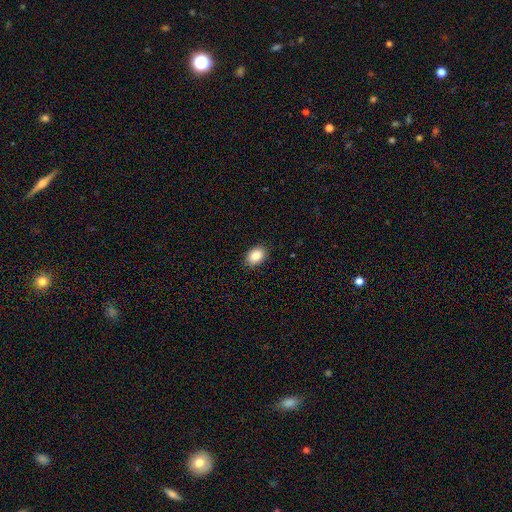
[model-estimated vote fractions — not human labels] Q: Smooth or featured?
A: smooth (87%); runner-up: star or artifact (8%)
Q: How rounded?
A: in between (76%); runner-up: round (23%)
Q: Merging?
A: none (90%); runner-up: minor disturbance (7%)